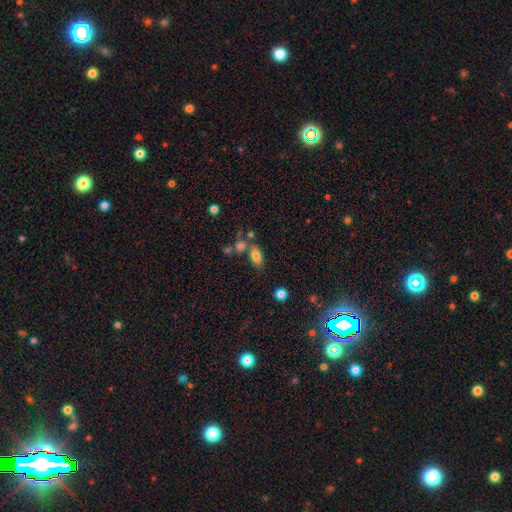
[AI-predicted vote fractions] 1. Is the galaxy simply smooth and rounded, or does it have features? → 79% smooth, 11% featured or disk, 10% star or artifact.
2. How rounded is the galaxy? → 88% in between, 7% round, 5% cigar-shaped.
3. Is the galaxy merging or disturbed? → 61% none, 19% merger, 14% minor disturbance, 5% major disturbance.